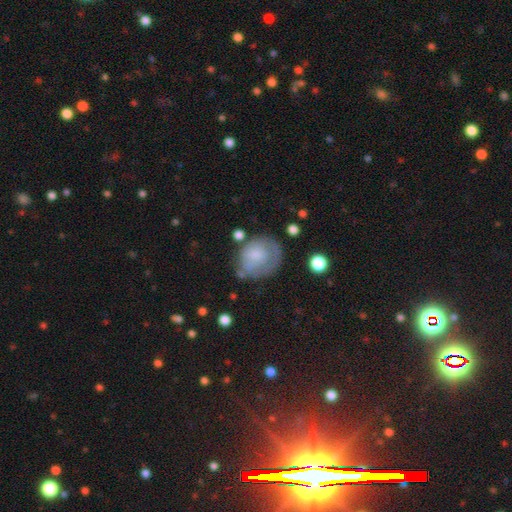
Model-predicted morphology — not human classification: Smooth or featured: smooth — 57% (featured or disk — 35%)
How rounded: round — 58% (in between — 41%)
Merging: none — 49% (minor disturbance — 28%)